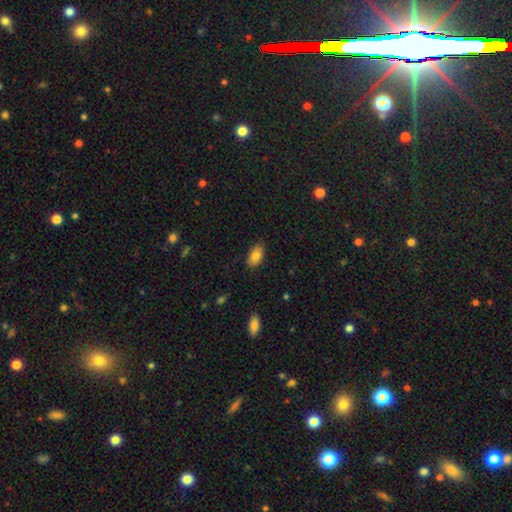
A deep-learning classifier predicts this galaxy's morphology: This is clearly a smooth galaxy (82%). How rounded: clearly in between (92%). Merging: clearly none (85%).